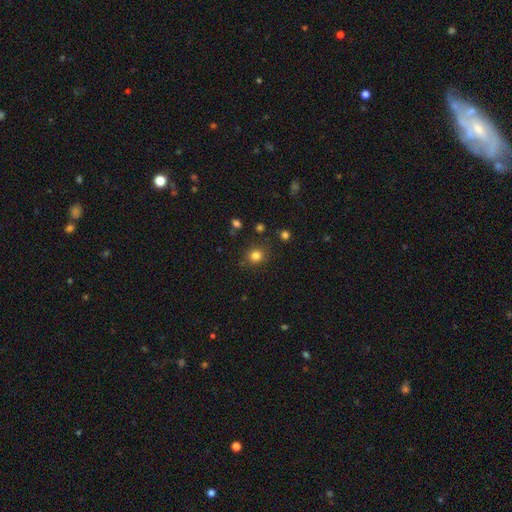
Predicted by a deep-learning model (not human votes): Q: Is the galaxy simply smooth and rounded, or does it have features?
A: smooth — 80%.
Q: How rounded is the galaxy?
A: round — 84%.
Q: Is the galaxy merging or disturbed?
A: none — 85%.